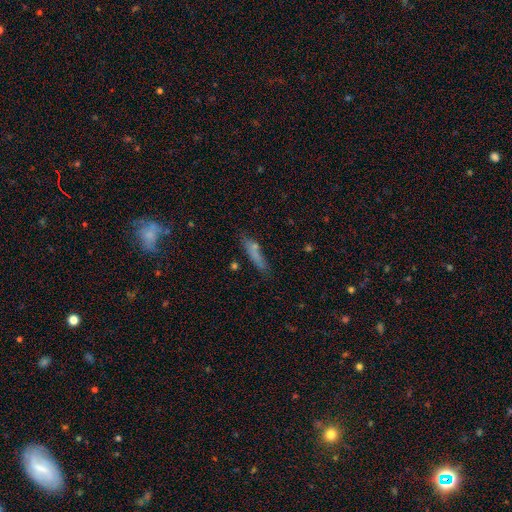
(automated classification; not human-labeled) Q: Smooth or featured?
A: smooth (53%); runner-up: featured or disk (28%)
Q: How rounded?
A: cigar-shaped (84%); runner-up: in between (12%)
Q: Merging?
A: none (76%); runner-up: minor disturbance (15%)